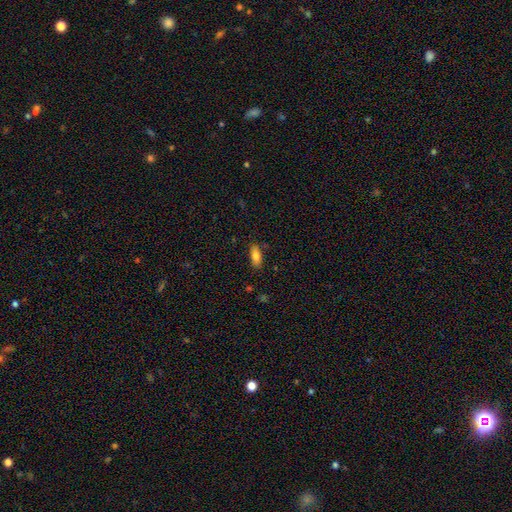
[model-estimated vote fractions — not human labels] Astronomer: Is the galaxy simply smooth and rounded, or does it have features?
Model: smooth — 82%.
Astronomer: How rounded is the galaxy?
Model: in between — 80%.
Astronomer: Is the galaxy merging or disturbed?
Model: none — 85%.